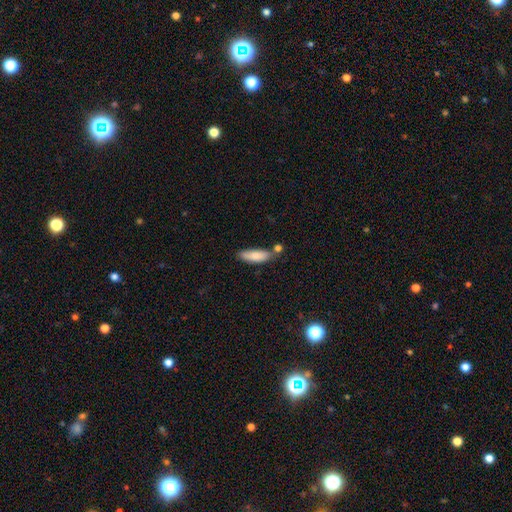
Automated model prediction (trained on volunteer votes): Smooth or featured? smooth (82%)
How rounded? in between (54%)
Merging? none (58%)